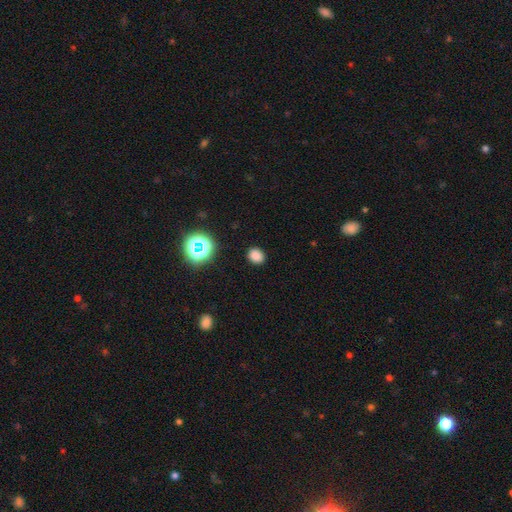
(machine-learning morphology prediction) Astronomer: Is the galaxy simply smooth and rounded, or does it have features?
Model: smooth — 79%.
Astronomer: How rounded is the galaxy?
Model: round — 54% (runner-up: in between, 45%).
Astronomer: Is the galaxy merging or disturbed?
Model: none — 88%.